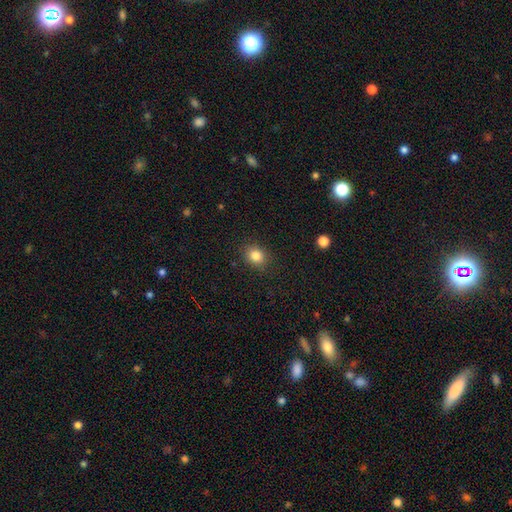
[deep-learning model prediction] This is clearly a smooth galaxy (83%). How rounded: likely round (66%). Merging: clearly none (88%).